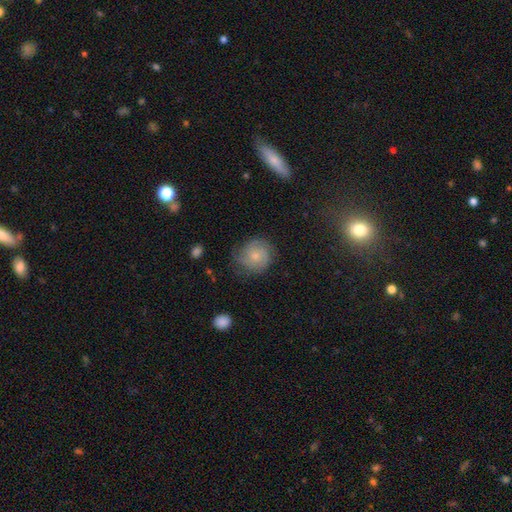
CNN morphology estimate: A featured or disk galaxy (55%) with no bar (76%), spiral arms (89%) and a small central bulge (60%). Merging: none (70%).